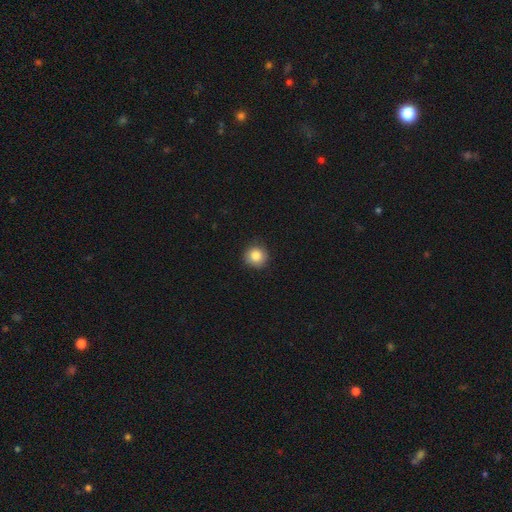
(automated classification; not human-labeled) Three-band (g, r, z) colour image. It shows a smooth galaxy with no disk features (86%) that is round (93%). Merging: none (87%).